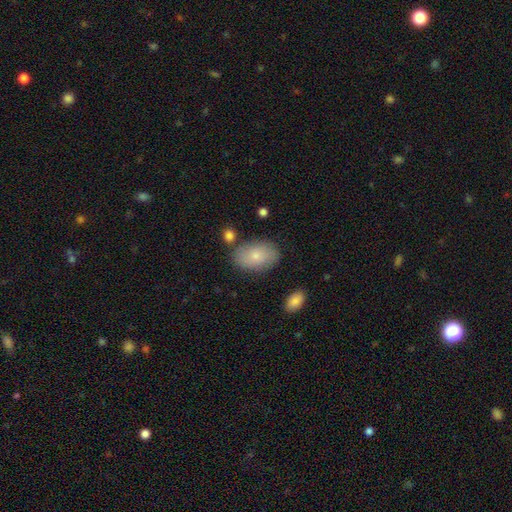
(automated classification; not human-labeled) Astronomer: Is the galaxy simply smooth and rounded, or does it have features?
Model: smooth — 74%.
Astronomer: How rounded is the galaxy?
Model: in between — 90%.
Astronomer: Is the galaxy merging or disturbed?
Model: none — 77%.